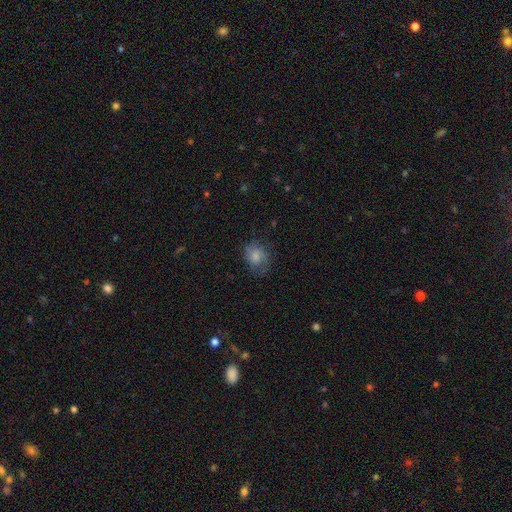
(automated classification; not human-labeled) Smooth or featured?
  - smooth: 56% *
  - featured or disk: 35%
  - star or artifact: 9%
How rounded?
  - in between: 52% *
  - round: 47%
  - cigar-shaped: 1%
Merging?
  - none: 66% *
  - minor disturbance: 22%
  - major disturbance: 11%
  - merger: 1%